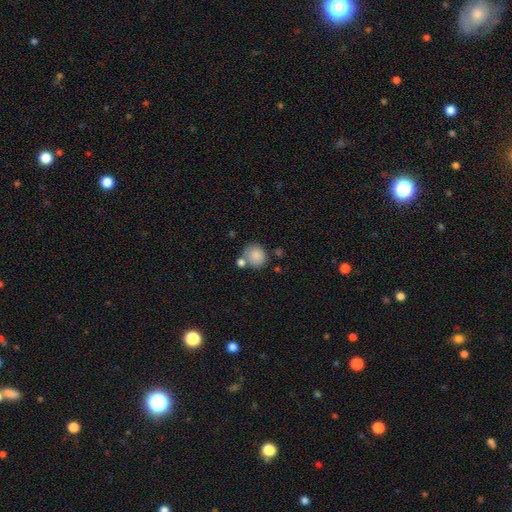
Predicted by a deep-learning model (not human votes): A smooth galaxy with no disk features (85%) that is round (76%). Merging: none (58%).